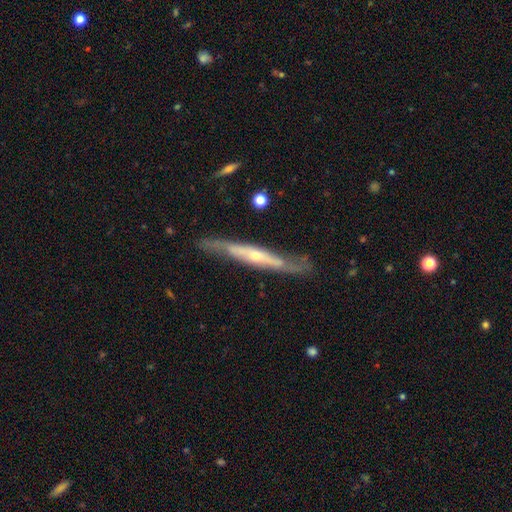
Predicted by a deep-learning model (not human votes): Smooth or featured? featured or disk (77%)
Edge-on disk? yes (73%)
Edge-on bulge? rounded (73%)
Merging? none (74%)